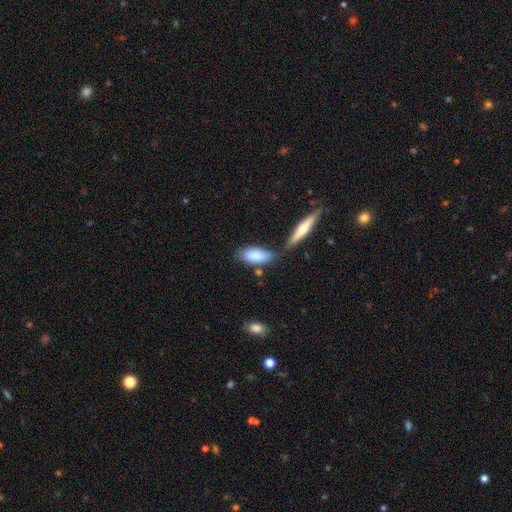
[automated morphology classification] Smooth or featured?
  - smooth: 82% *
  - featured or disk: 12%
  - star or artifact: 6%
How rounded?
  - in between: 78% *
  - cigar-shaped: 19%
  - round: 2%
Merging?
  - none: 55% *
  - merger: 23%
  - minor disturbance: 18%
  - major disturbance: 5%